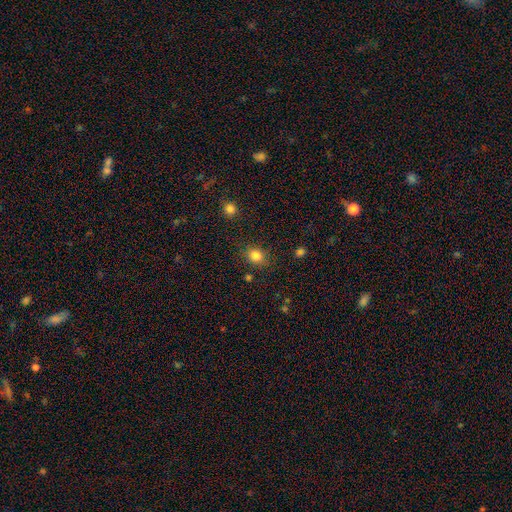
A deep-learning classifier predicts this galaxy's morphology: type=smooth (84%); roundness=round (62%); merging=none (82%).